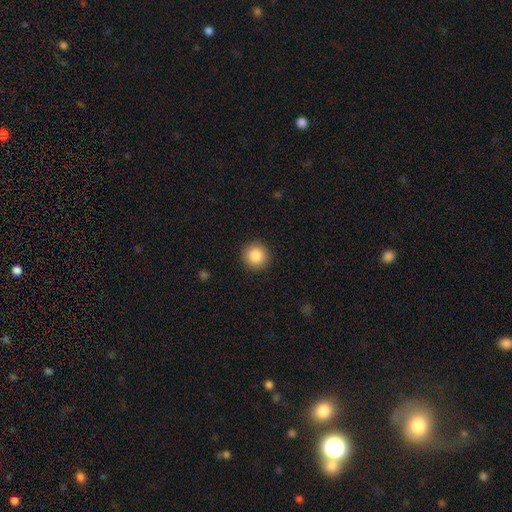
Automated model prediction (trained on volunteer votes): A smooth galaxy with no disk features (86%) that is round (94%).

Vote fractions:
- Smooth or featured? smooth: 86% / star or artifact: 9% / featured or disk: 5%
- How rounded? round: 94% / in between: 5% / cigar-shaped: 1%
- Merging? none: 92% / minor disturbance: 5% / major disturbance: 2% / merger: 1%